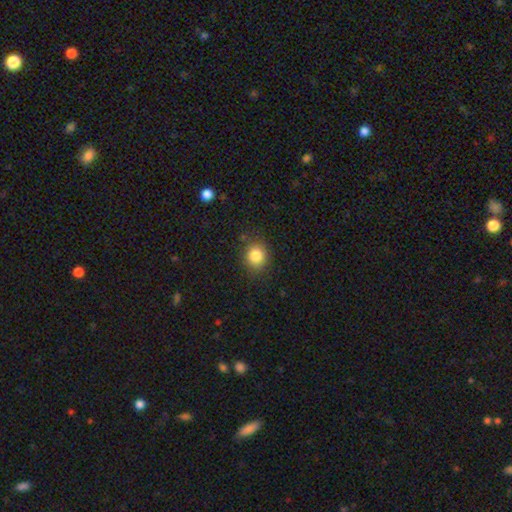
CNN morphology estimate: smooth-or-featured: smooth: 84% | star or artifact: 11% | featured or disk: 5%
  how-rounded: round: 77% | in between: 22% | cigar-shaped: 1%
  merging: none: 85% | minor disturbance: 11% | major disturbance: 3% | merger: 1%